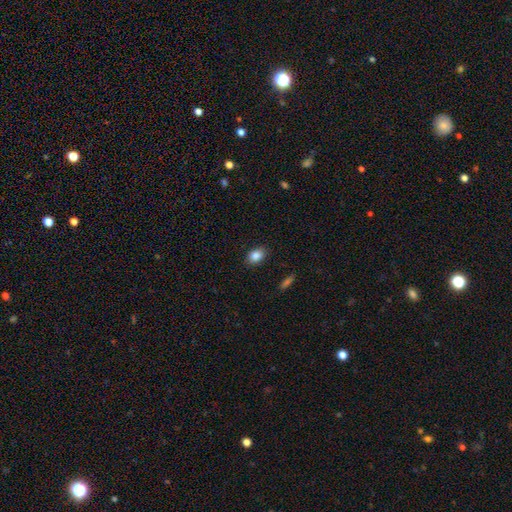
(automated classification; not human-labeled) smooth 86%, star or artifact 9%, featured or disk 5%. Down the decision tree: how rounded — in between (78%); merging — none (87%).